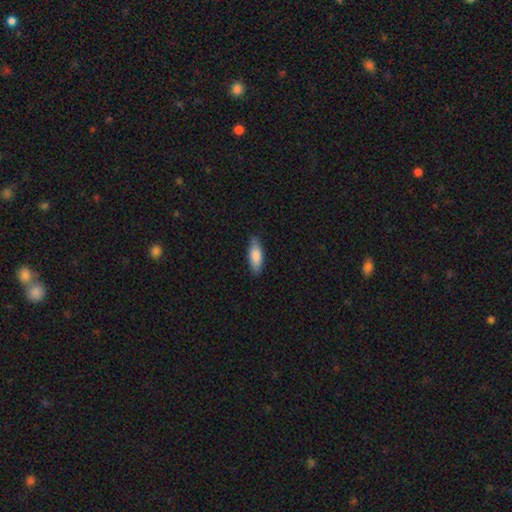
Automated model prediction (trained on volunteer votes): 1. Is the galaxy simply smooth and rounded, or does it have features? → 85% smooth, 10% featured or disk, 5% star or artifact.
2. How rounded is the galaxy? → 73% in between, 25% cigar-shaped, 2% round.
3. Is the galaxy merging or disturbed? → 84% none, 13% minor disturbance, 2% major disturbance, 1% merger.